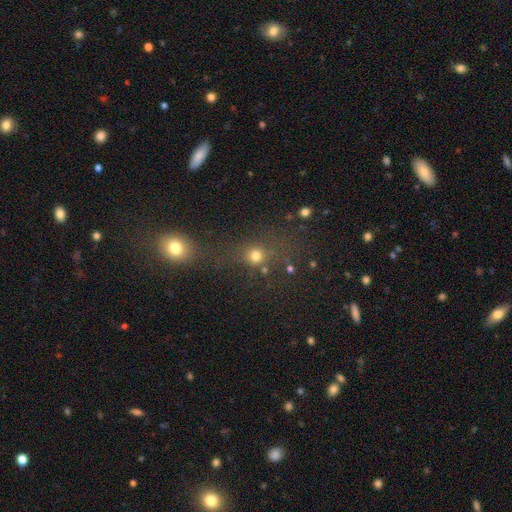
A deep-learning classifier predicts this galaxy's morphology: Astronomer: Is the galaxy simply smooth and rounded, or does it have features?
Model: smooth — 69%.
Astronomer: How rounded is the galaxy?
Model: round — 79%.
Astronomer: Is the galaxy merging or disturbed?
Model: none — 55%.